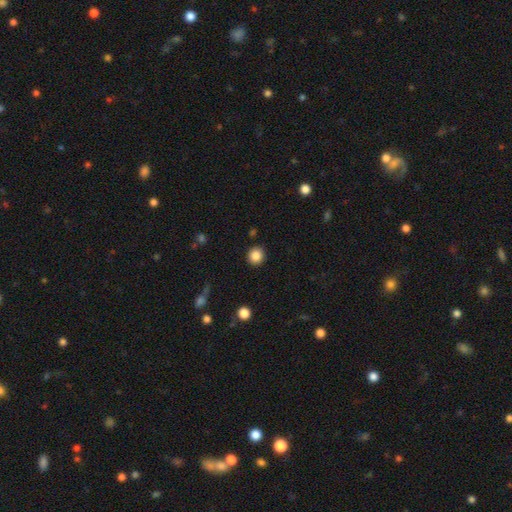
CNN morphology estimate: Smooth or featured? smooth (86%)
How rounded? round (90%)
Merging? none (91%)